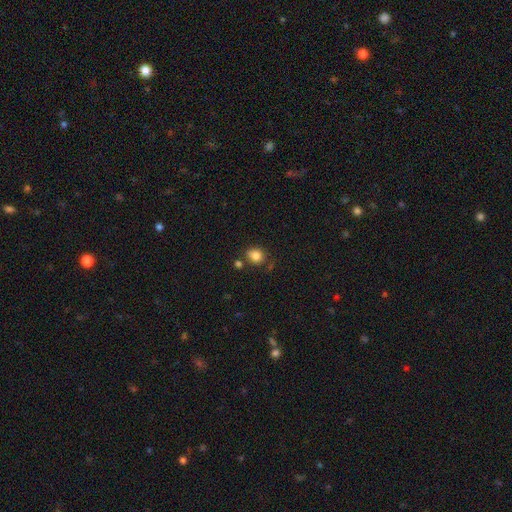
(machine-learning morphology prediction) A smooth galaxy with no disk features (83%) that is round (64%).

Vote fractions:
- Smooth or featured? smooth: 83% / star or artifact: 11% / featured or disk: 6%
- How rounded? round: 64% / in between: 35% / cigar-shaped: 1%
- Merging? none: 71% / minor disturbance: 15% / merger: 10% / major disturbance: 4%